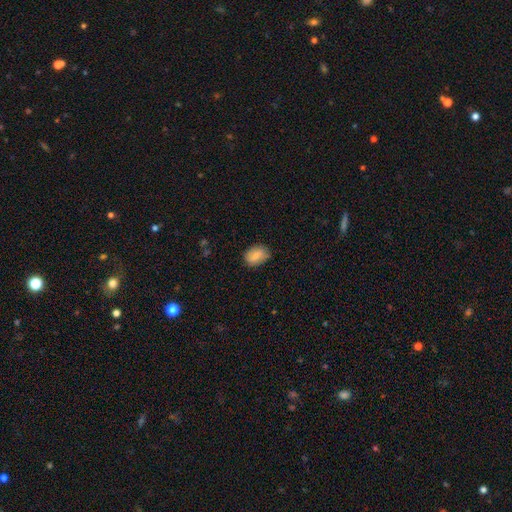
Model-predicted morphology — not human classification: Smooth or featured? Predicted: smooth (p=0.79). How rounded? Predicted: in between (p=0.74). Merging? Predicted: none (p=0.79).